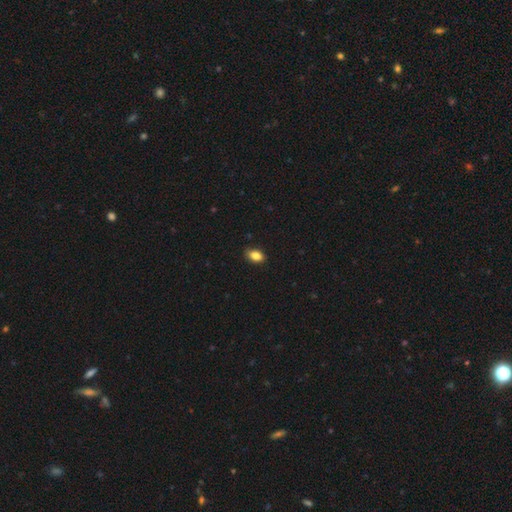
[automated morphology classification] A smooth galaxy with no disk features (85%) that is in between round and cigar-shaped (86%). Merging: none (86%).